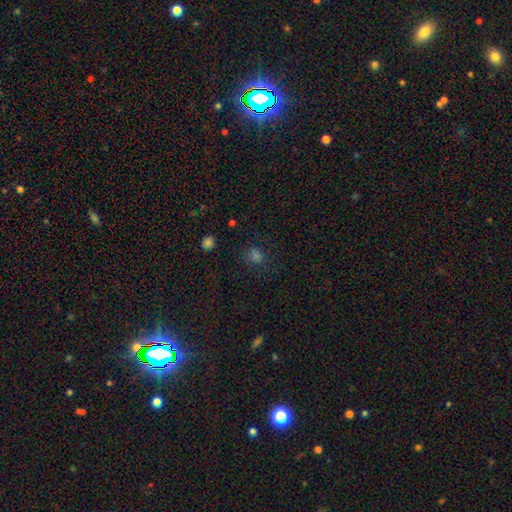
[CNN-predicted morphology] smooth-or-featured: smooth: 60% | star or artifact: 33% | featured or disk: 7%
  how-rounded: round: 76% | in between: 23% | cigar-shaped: 1%
  merging: none: 75% | minor disturbance: 15% | major disturbance: 7% | merger: 3%